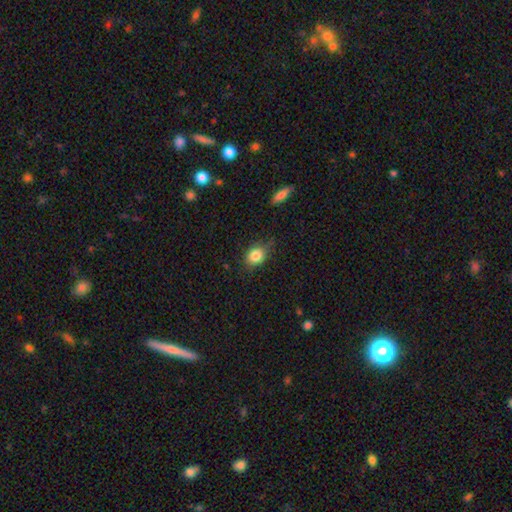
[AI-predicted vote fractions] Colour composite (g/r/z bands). It shows a smooth galaxy with no disk features (83%) that is round (58%). Merging: none (70%).